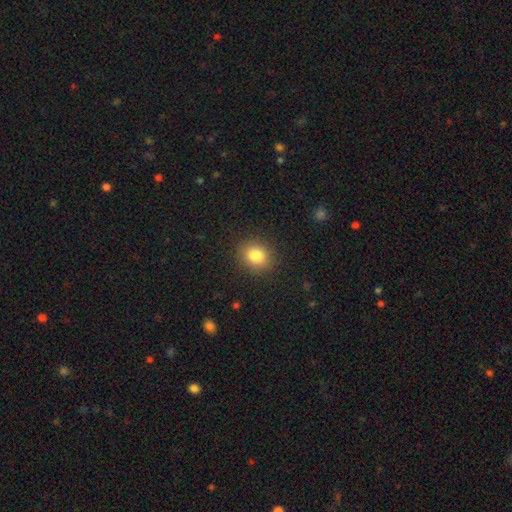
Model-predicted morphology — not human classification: Smooth or featured?
  - smooth: 83% *
  - star or artifact: 10%
  - featured or disk: 7%
How rounded?
  - round: 68% *
  - in between: 31%
  - cigar-shaped: 1%
Merging?
  - none: 88% *
  - minor disturbance: 8%
  - major disturbance: 3%
  - merger: 1%